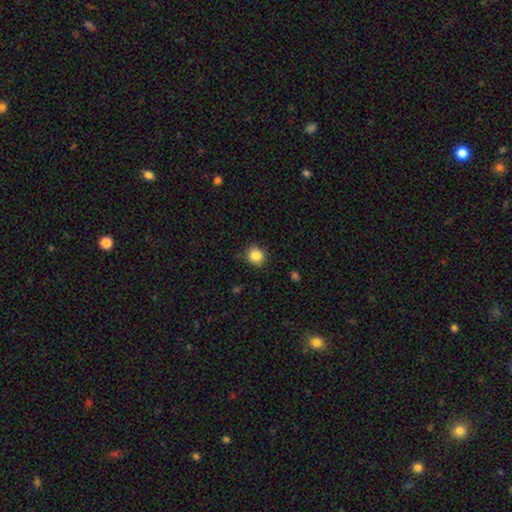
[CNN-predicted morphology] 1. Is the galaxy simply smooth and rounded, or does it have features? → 85% smooth, 10% star or artifact, 5% featured or disk.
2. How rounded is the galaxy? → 85% round, 14% in between, 1% cigar-shaped.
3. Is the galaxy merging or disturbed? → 85% none, 11% minor disturbance, 2% major disturbance, 1% merger.